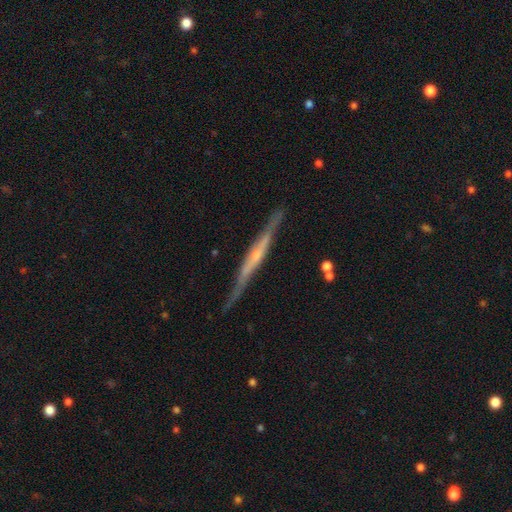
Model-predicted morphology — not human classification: Smooth or featured? Predicted: featured or disk (p=0.76). Edge-on disk? Predicted: yes (p=0.96). Edge-on bulge? Predicted: rounded (p=0.45). Merging? Predicted: none (p=0.81).